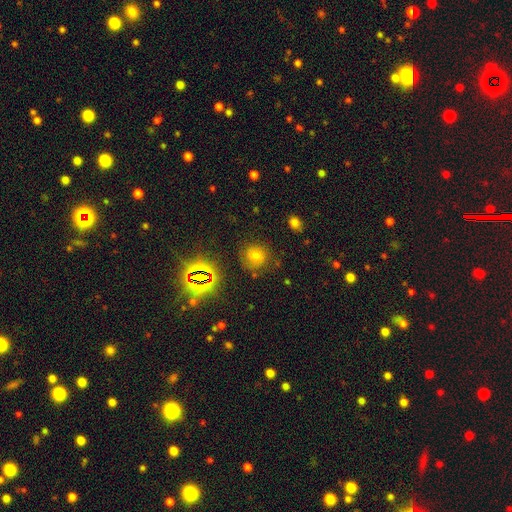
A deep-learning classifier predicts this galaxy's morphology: Smooth or featured: smooth — 60% (star or artifact — 26%)
How rounded: round — 82% (in between — 17%)
Merging: none — 76% (minor disturbance — 15%)